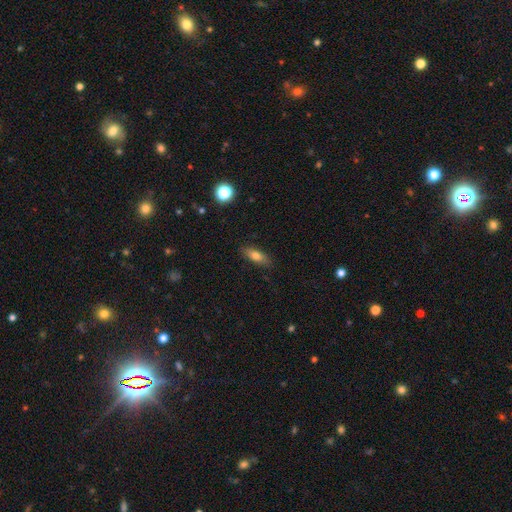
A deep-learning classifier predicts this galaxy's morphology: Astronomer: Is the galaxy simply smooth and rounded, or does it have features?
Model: smooth — 73%.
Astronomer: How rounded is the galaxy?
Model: in between — 64%.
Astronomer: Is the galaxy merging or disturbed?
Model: none — 86%.